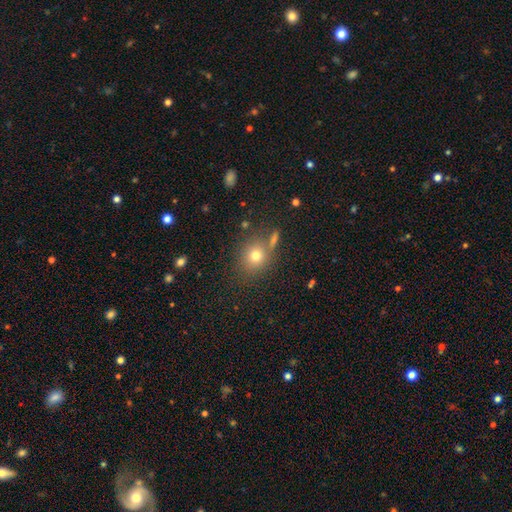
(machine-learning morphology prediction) Smooth or featured: smooth — 74% (star or artifact — 16%)
How rounded: round — 77% (in between — 22%)
Merging: none — 75% (minor disturbance — 11%)